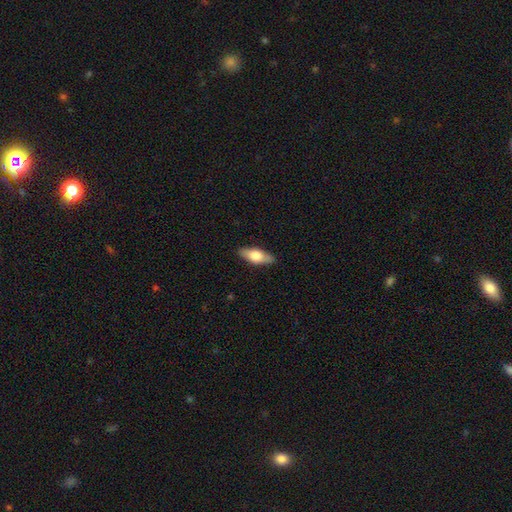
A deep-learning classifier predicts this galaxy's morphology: A smooth galaxy with no disk features (62%) that is in between round and cigar-shaped (72%). Merging: none (87%).